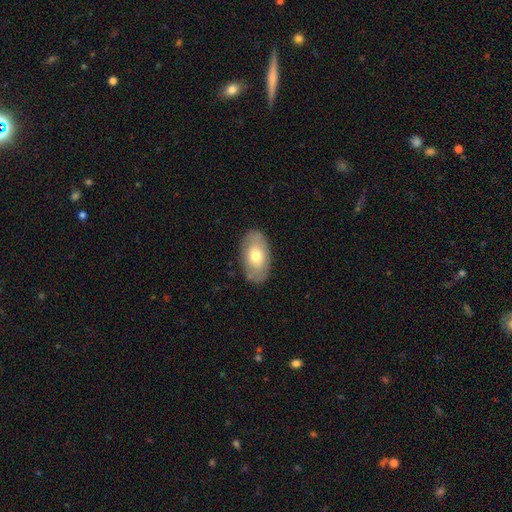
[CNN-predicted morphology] A smooth galaxy with no disk features (62%) that is in between round and cigar-shaped (93%).

Vote fractions:
- Smooth or featured? smooth: 62% / featured or disk: 32% / star or artifact: 6%
- How rounded? in between: 93% / round: 6% / cigar-shaped: 2%
- Merging? none: 83% / minor disturbance: 12% / major disturbance: 3% / merger: 1%